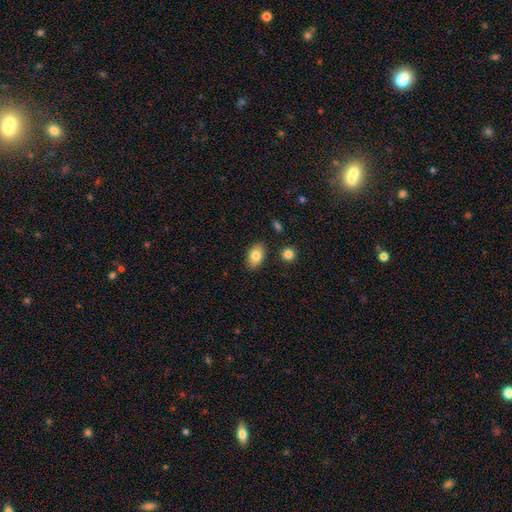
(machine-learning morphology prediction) A smooth galaxy with no disk features (83%) that is in between round and cigar-shaped (90%).

Vote fractions:
- Smooth or featured? smooth: 83% / featured or disk: 10% / star or artifact: 7%
- How rounded? in between: 90% / round: 8% / cigar-shaped: 2%
- Merging? none: 86% / minor disturbance: 9% / merger: 3% / major disturbance: 2%